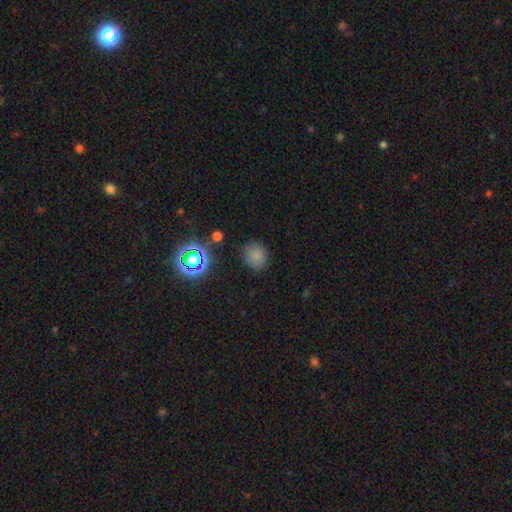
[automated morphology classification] This is likely a smooth galaxy (76%). How rounded: likely round (79%). Merging: clearly none (83%).